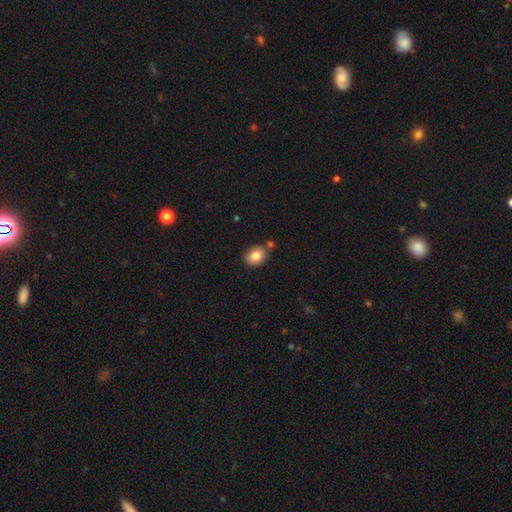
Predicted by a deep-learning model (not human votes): Morphology: type=smooth (83%); roundness=round (55%); merging=none (74%).